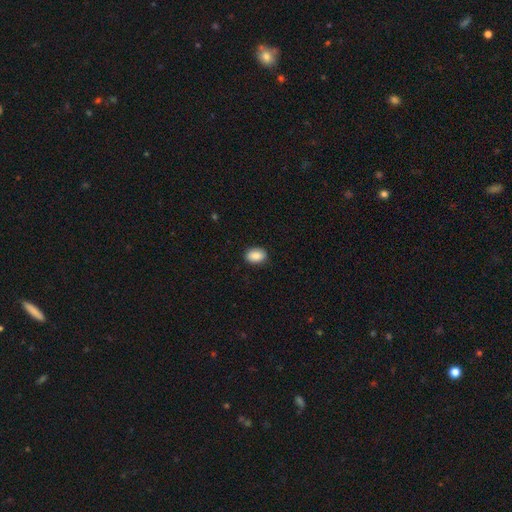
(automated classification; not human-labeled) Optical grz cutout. It shows a smooth galaxy with no disk features (88%) that is in between round and cigar-shaped (81%). Merging: none (88%).